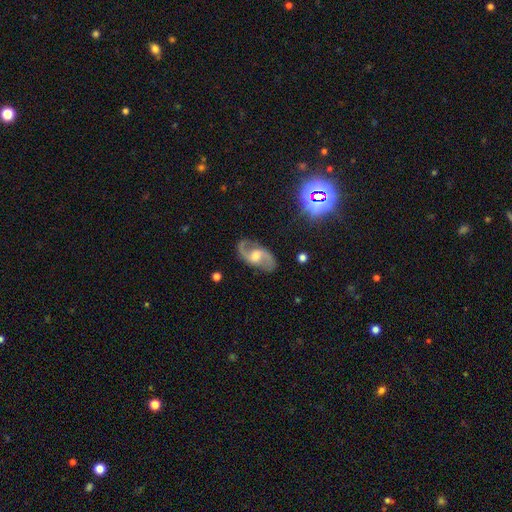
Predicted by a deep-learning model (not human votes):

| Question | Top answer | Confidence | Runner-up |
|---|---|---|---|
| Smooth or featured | featured or disk | 86% | smooth (7%) |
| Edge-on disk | no | 97% | yes (3%) |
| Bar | weak | 48% | no (39%) |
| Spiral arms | yes | 96% | no (4%) |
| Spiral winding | medium | 46% | loose (44%) |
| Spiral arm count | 2 | 93% | can't tell (2%) |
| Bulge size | moderate | 65% | small (22%) |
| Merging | none | 81% | minor disturbance (13%) |